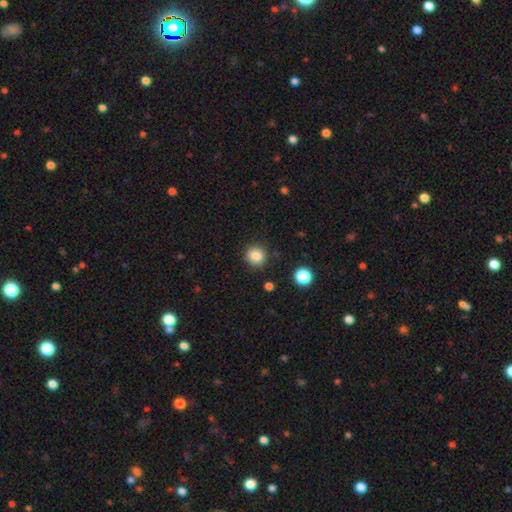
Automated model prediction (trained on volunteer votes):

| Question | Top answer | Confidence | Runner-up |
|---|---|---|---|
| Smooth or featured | smooth | 85% | star or artifact (11%) |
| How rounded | round | 89% | in between (10%) |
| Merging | none | 88% | minor disturbance (7%) |